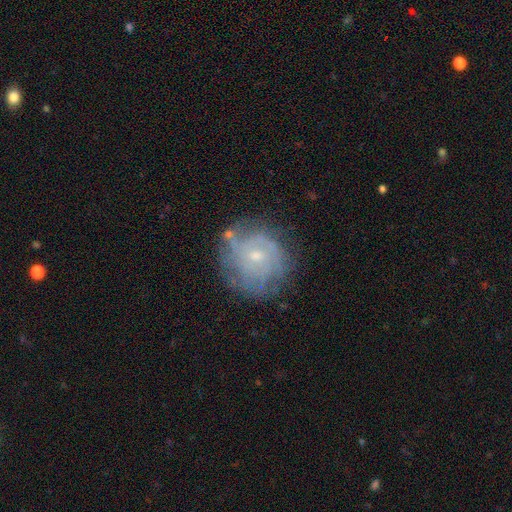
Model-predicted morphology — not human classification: type=featured or disk (68%); edge-on=no (98%); bar=no (74%); spiral arms=yes (80%); winding=tight (63%); arm count=can't tell (54%); bulge=small (68%); merging=none (72%).